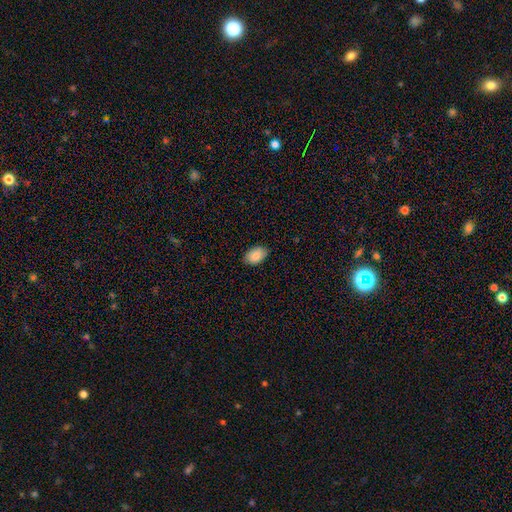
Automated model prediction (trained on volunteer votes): Smooth or featured?
  - smooth: 88% *
  - star or artifact: 7%
  - featured or disk: 5%
How rounded?
  - in between: 89% *
  - round: 10%
  - cigar-shaped: 1%
Merging?
  - none: 86% *
  - minor disturbance: 11%
  - major disturbance: 2%
  - merger: 1%